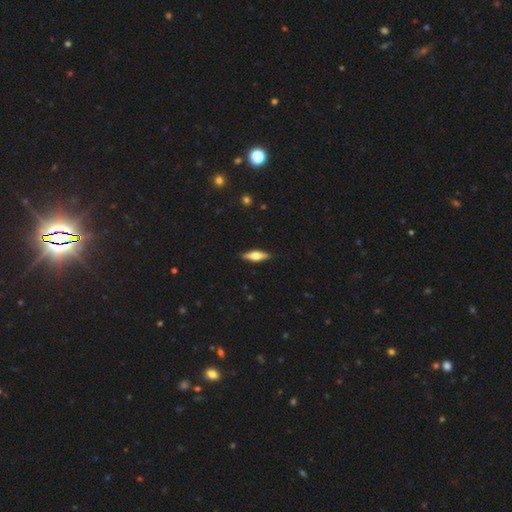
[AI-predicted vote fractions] Q: Smooth or featured?
A: featured or disk (47%); tied with: smooth (47%)
Q: Merging?
A: none (90%); runner-up: minor disturbance (8%)